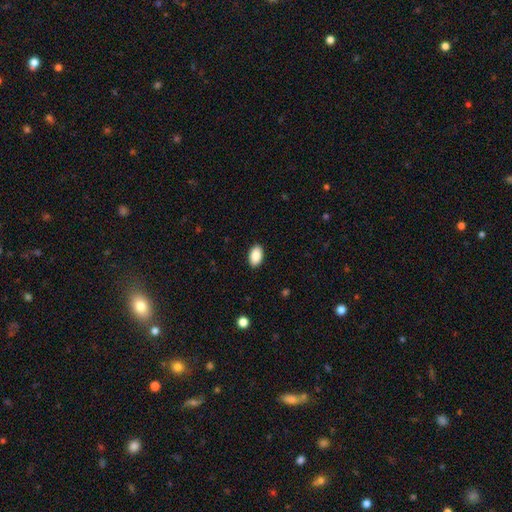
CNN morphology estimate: smooth-or-featured: smooth: 89% | star or artifact: 7% | featured or disk: 4%
  how-rounded: in between: 94% | round: 5% | cigar-shaped: 2%
  merging: none: 90% | minor disturbance: 7% | major disturbance: 2% | merger: 1%